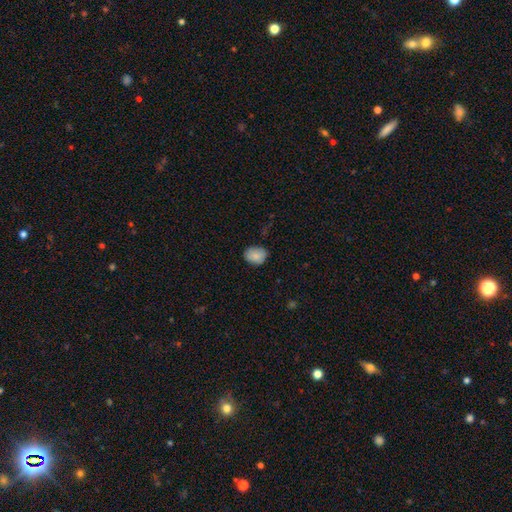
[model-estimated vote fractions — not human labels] Smooth or featured? Predicted: smooth (p=0.83). How rounded? Predicted: in between (p=0.59). Merging? Predicted: none (p=0.76).